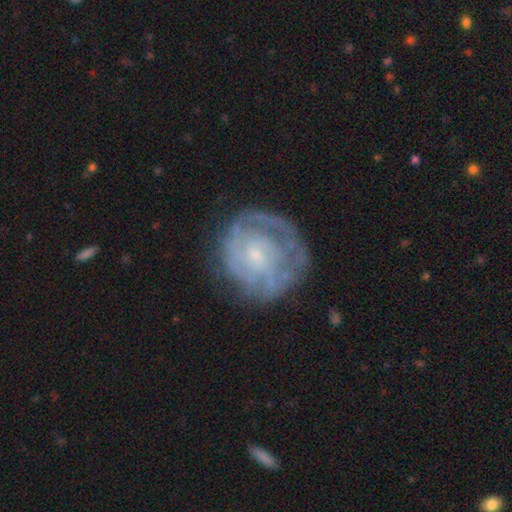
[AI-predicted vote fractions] Q: Smooth or featured?
A: featured or disk (76%); runner-up: smooth (17%)
Q: Edge-on disk?
A: no (98%); runner-up: yes (2%)
Q: Bar?
A: no (68%); runner-up: weak (27%)
Q: Spiral arms?
A: yes (81%); runner-up: no (19%)
Q: Spiral winding?
A: tight (66%); runner-up: medium (25%)
Q: Spiral arm count?
A: can't tell (49%); runner-up: 2 (19%)
Q: Bulge size?
A: small (71%); runner-up: moderate (18%)
Q: Merging?
A: none (67%); runner-up: minor disturbance (19%)